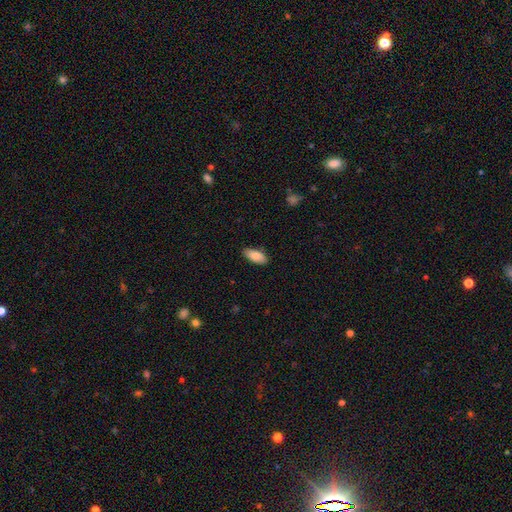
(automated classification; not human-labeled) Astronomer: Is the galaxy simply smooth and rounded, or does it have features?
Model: smooth — 85%.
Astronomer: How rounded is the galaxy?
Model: in between — 87%.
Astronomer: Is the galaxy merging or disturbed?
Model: none — 86%.